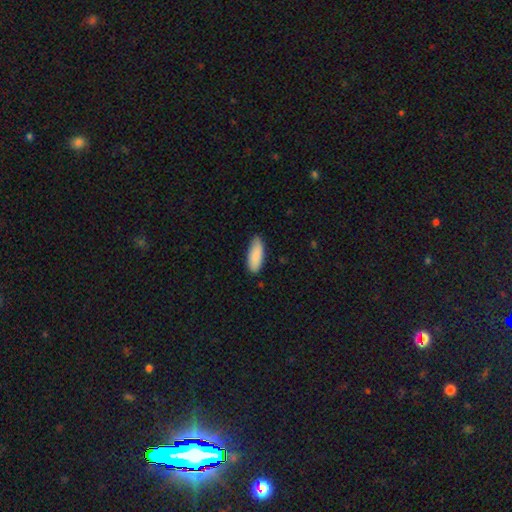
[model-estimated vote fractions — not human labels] The model was most divided on "how rounded": in between: 75%, cigar-shaped: 23%, round: 2%. More confident: smooth or featured — smooth (89%); merging — none (79%).